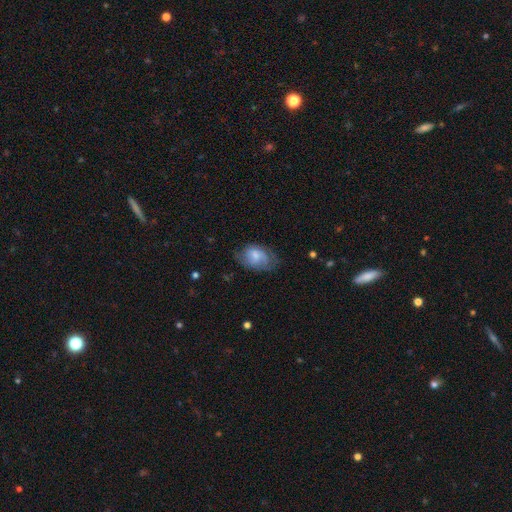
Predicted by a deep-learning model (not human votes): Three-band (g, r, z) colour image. It shows a smooth galaxy with no disk features (59%) that is in between round and cigar-shaped (84%). Merging: none (57%).